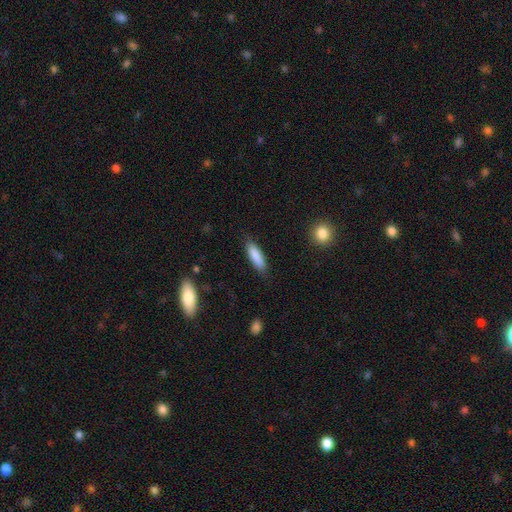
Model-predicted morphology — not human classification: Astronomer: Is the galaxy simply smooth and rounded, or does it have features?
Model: smooth — 87%.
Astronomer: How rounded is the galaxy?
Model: cigar-shaped — 53% (runner-up: in between, 45%).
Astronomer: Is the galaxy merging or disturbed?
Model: none — 85%.